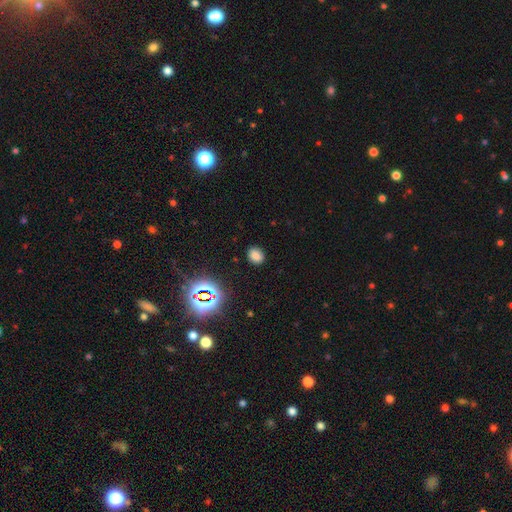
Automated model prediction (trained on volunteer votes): smooth-or-featured: smooth: 75% | star or artifact: 19% | featured or disk: 6%
  how-rounded: in between: 53% | round: 46% | cigar-shaped: 1%
  merging: none: 87% | minor disturbance: 9% | major disturbance: 3% | merger: 1%